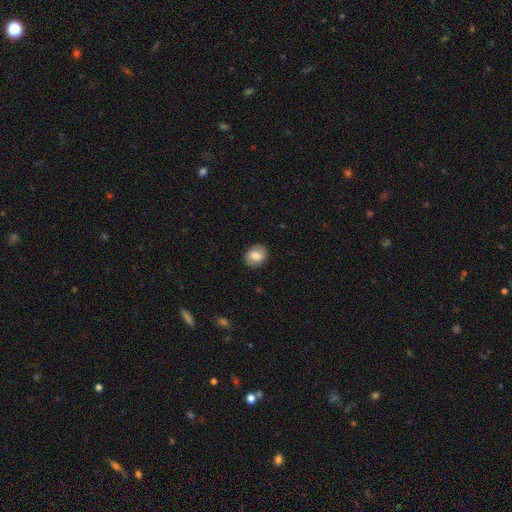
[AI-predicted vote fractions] Smooth or featured? smooth (77%)
How rounded? round (52%)
Merging? none (87%)